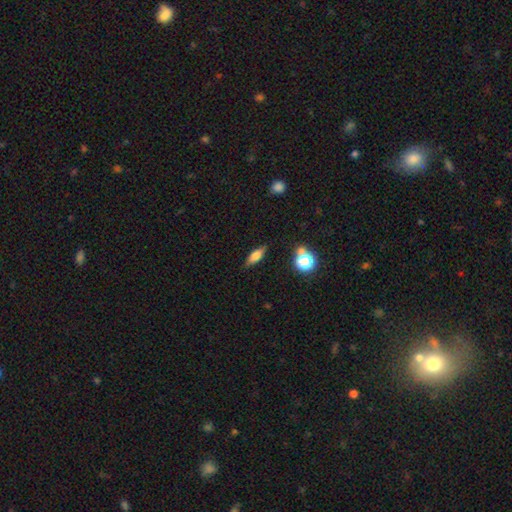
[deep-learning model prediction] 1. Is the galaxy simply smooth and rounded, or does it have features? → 63% smooth, 27% featured or disk, 10% star or artifact.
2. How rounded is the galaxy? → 59% in between, 36% cigar-shaped, 6% round.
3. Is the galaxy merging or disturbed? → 83% none, 11% minor disturbance, 3% major disturbance, 3% merger.